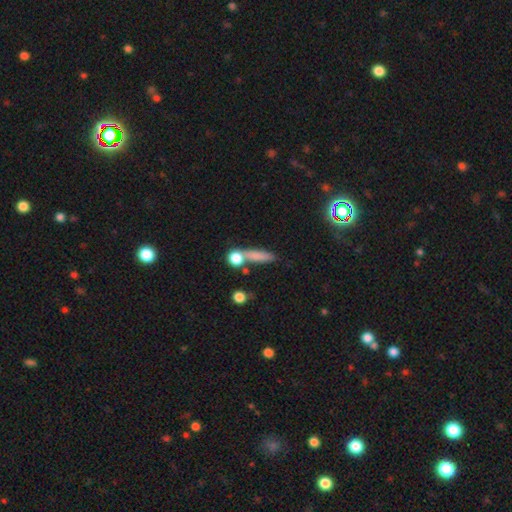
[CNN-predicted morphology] A smooth galaxy with no disk features (73%) that is cigar-shaped (59%). Merging: none (60%).